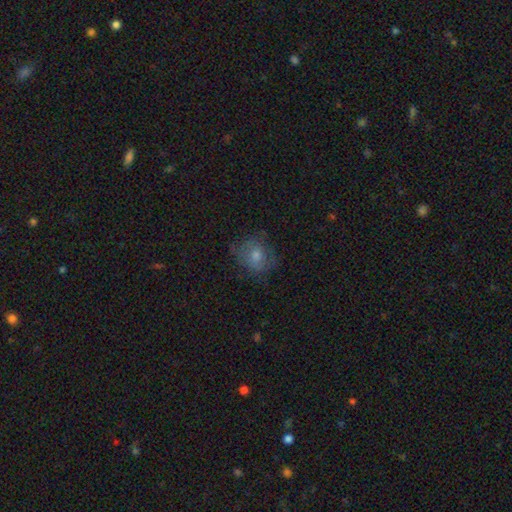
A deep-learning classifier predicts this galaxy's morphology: type=smooth (59%); roundness=round (71%); merging=none (71%).